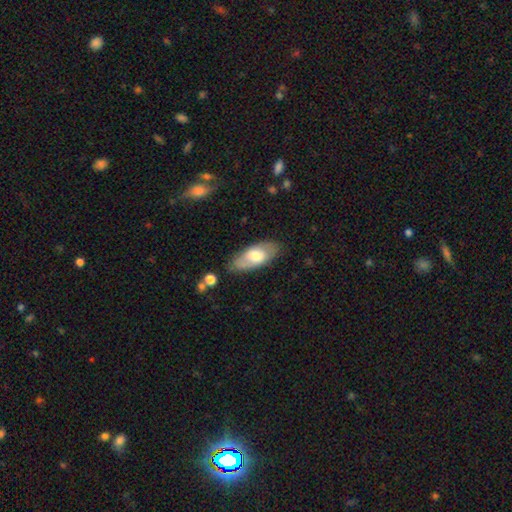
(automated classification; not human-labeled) This appears to be a smooth galaxy with no disk features (57%) that is in between round and cigar-shaped (87%). Merging: none (78%).